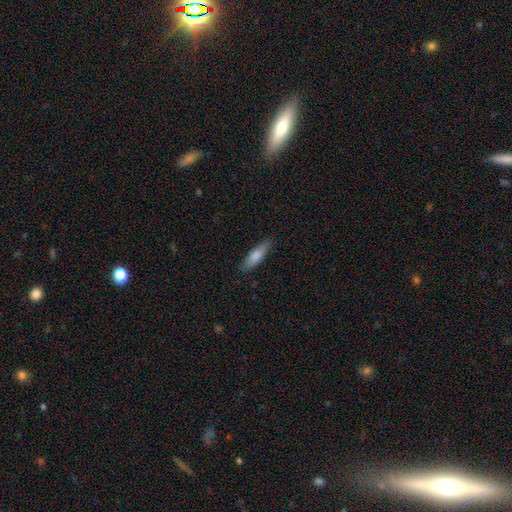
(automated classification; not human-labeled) smooth-or-featured: smooth: 72% | featured or disk: 22% | star or artifact: 6%
  how-rounded: cigar-shaped: 69% | in between: 30% | round: 2%
  merging: none: 86% | minor disturbance: 11% | major disturbance: 2% | merger: 1%